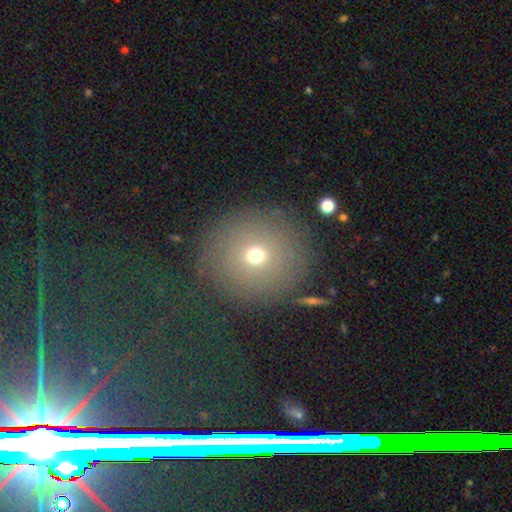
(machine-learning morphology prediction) Smooth or featured?
  - smooth: 63% *
  - featured or disk: 19%
  - star or artifact: 18%
How rounded?
  - round: 89% *
  - in between: 10%
  - cigar-shaped: 1%
Merging?
  - none: 83% *
  - minor disturbance: 9%
  - major disturbance: 6%
  - merger: 2%